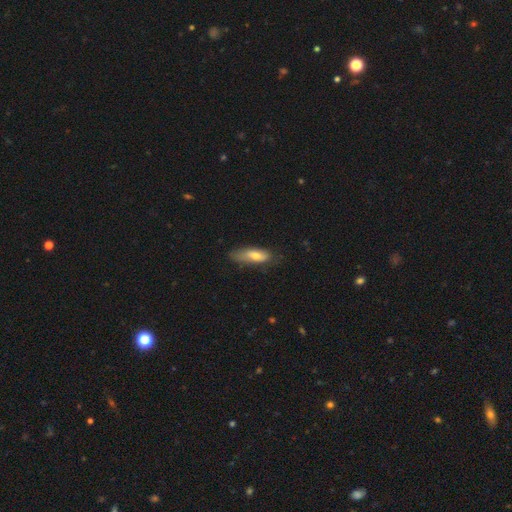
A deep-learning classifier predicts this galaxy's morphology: A smooth galaxy with no disk features (65%) that is in between round and cigar-shaped (57%).

Vote fractions:
- Smooth or featured? smooth: 65% / featured or disk: 28% / star or artifact: 7%
- How rounded? in between: 57% / cigar-shaped: 40% / round: 2%
- Merging? none: 60% / minor disturbance: 29% / major disturbance: 9% / merger: 2%